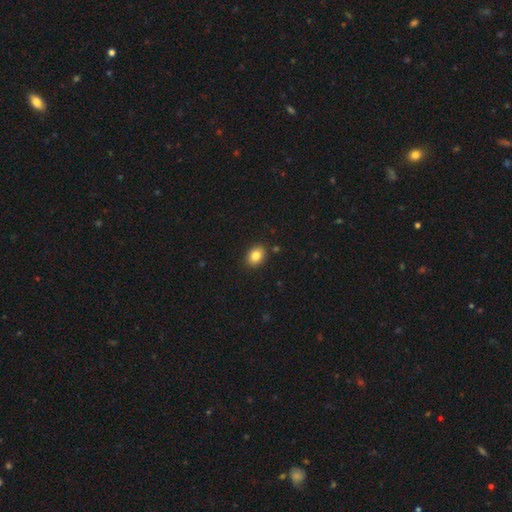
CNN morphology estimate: A smooth galaxy with no disk features (84%) that is in between round and cigar-shaped (68%).

Vote fractions:
- Smooth or featured? smooth: 84% / star or artifact: 9% / featured or disk: 7%
- How rounded? in between: 68% / round: 31% / cigar-shaped: 1%
- Merging? none: 88% / minor disturbance: 8% / major disturbance: 2% / merger: 2%